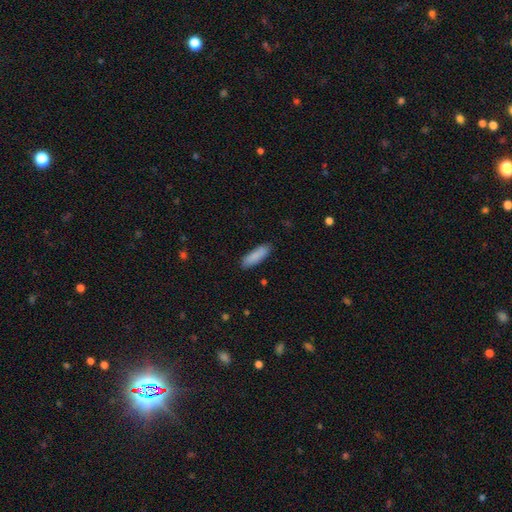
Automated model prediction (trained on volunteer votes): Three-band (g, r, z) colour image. It shows a smooth galaxy with no disk features (88%) that is cigar-shaped (52%). Merging: none (87%).